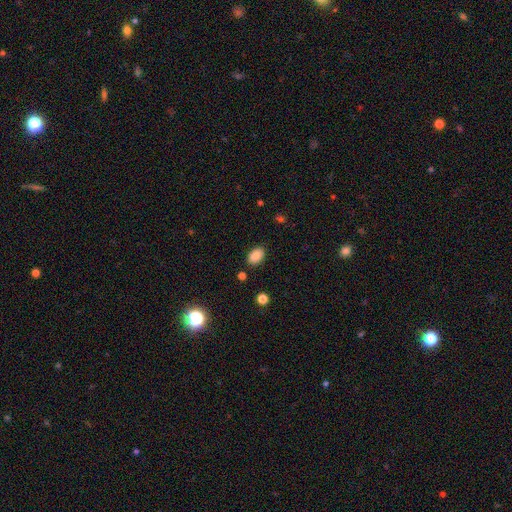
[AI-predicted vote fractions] Smooth or featured? Predicted: smooth (p=0.87). How rounded? Predicted: in between (p=0.88). Merging? Predicted: none (p=0.86).